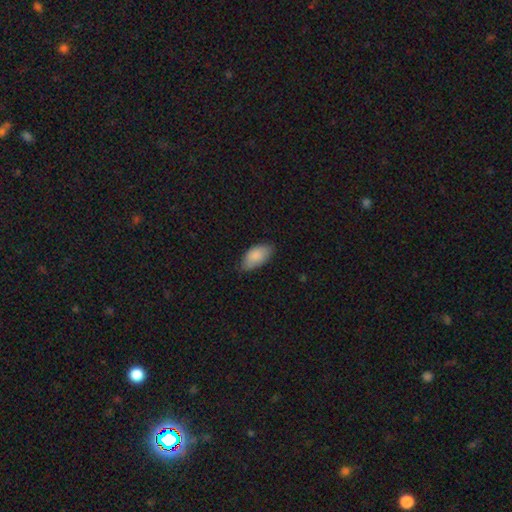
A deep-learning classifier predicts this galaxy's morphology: smooth-or-featured: smooth: 87% | featured or disk: 7% | star or artifact: 6%
  how-rounded: in between: 94% | cigar-shaped: 3% | round: 3%
  merging: none: 72% | minor disturbance: 23% | major disturbance: 3% | merger: 1%